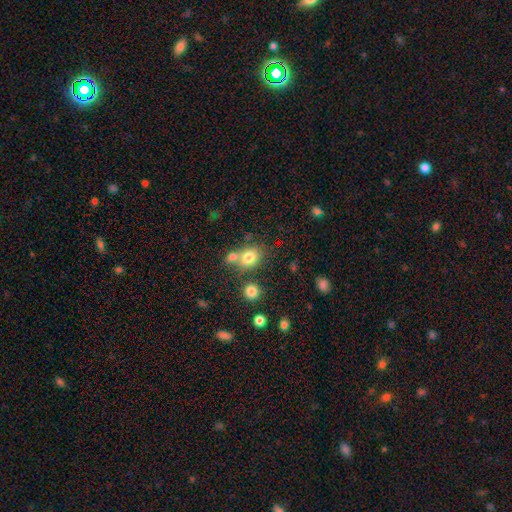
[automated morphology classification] Q: Smooth or featured?
A: smooth (70%); runner-up: star or artifact (19%)
Q: How rounded?
A: round (66%); runner-up: in between (33%)
Q: Merging?
A: none (57%); runner-up: merger (29%)